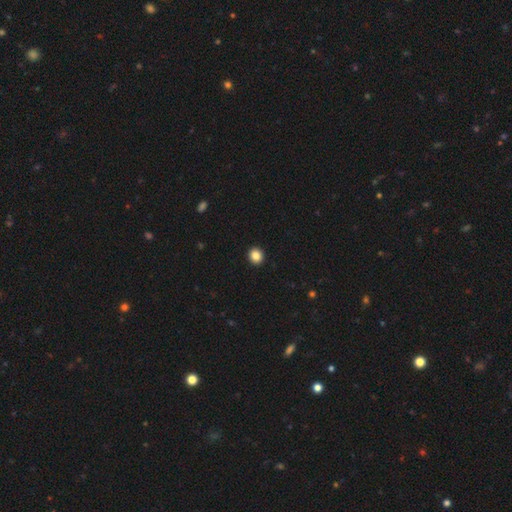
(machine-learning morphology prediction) This is clearly a smooth galaxy (85%). How rounded: clearly round (88%). Merging: clearly none (94%).